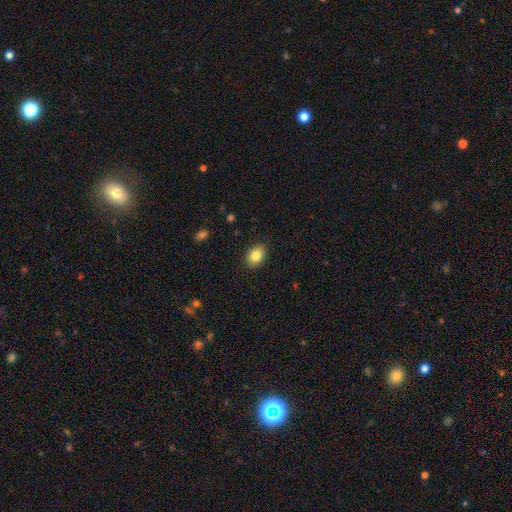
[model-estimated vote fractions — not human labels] Overall: smooth (84%). How rounded: in between (75%). Merging: none (88%).